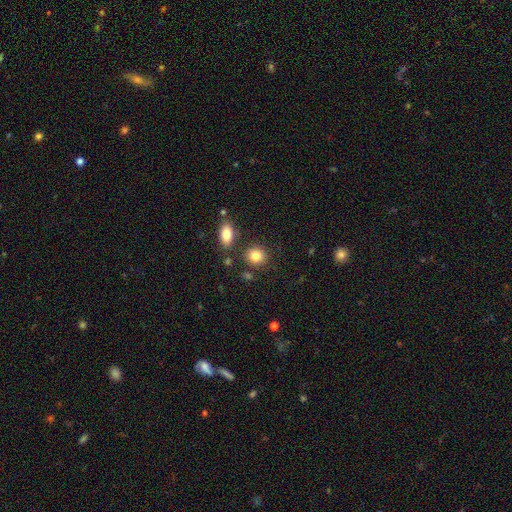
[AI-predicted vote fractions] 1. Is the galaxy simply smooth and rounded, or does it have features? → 84% smooth, 10% star or artifact, 7% featured or disk.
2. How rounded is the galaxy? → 76% round, 23% in between, 1% cigar-shaped.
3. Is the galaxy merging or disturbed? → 82% none, 9% minor disturbance, 6% merger, 3% major disturbance.